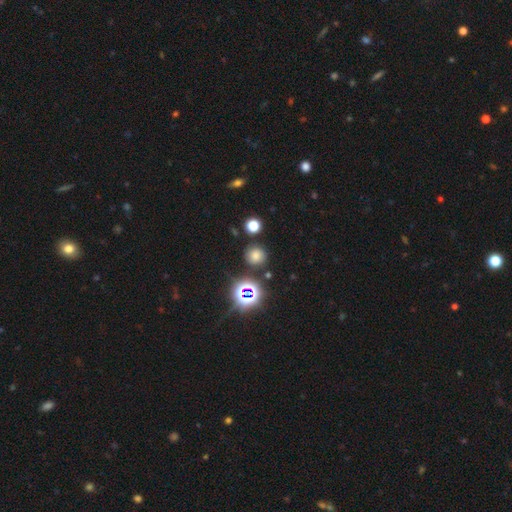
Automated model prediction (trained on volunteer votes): A smooth galaxy with no disk features (68%) that is round (88%). Merging: none (82%).